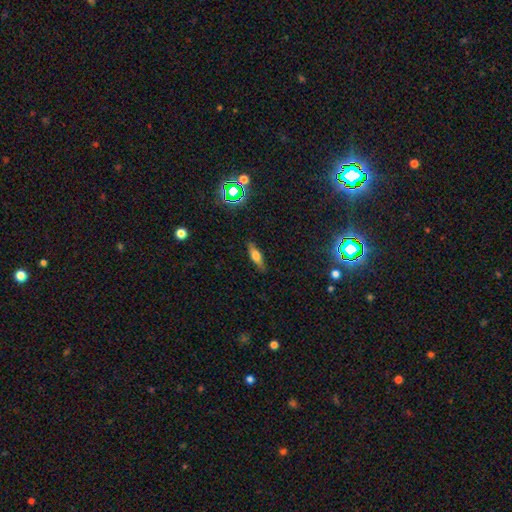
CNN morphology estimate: smooth 53%, featured or disk 35%, star or artifact 12%. Down the decision tree: how rounded — cigar-shaped (52%); merging — none (85%).